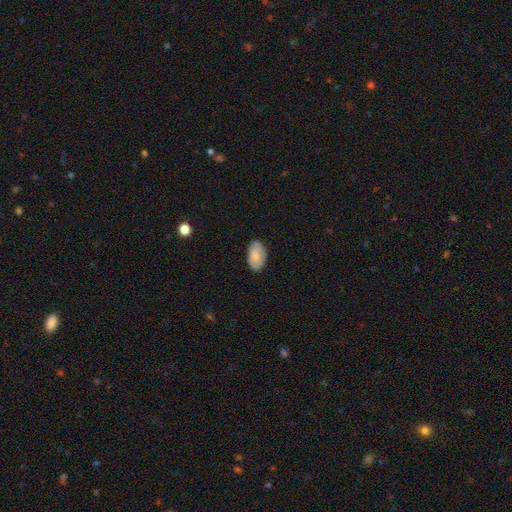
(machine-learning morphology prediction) smooth-or-featured: smooth: 75% | featured or disk: 18% | star or artifact: 7%
  how-rounded: in between: 93% | round: 6% | cigar-shaped: 1%
  merging: none: 79% | minor disturbance: 17% | major disturbance: 3% | merger: 1%